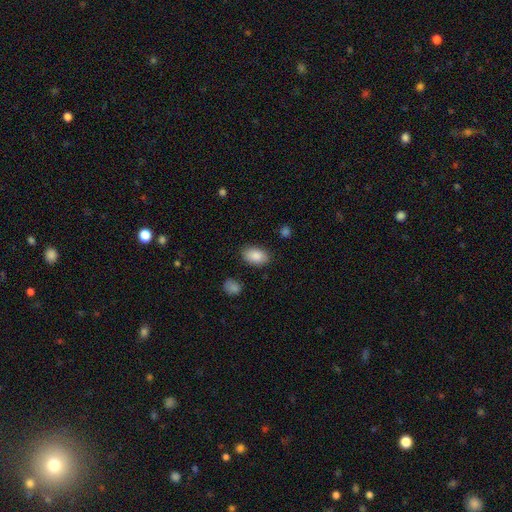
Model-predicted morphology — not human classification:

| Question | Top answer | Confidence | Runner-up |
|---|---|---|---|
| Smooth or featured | smooth | 89% | star or artifact (7%) |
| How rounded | in between | 92% | round (7%) |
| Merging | none | 85% | minor disturbance (10%) |